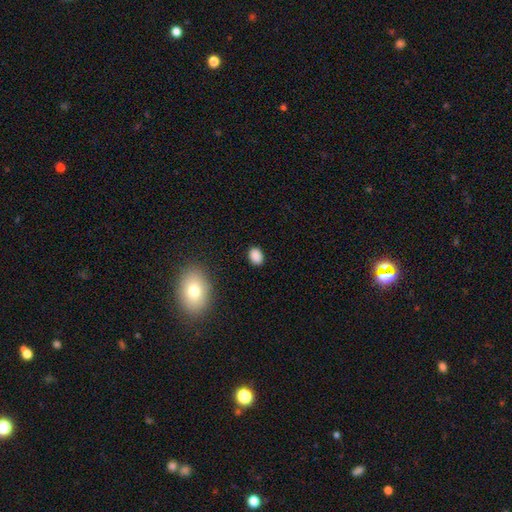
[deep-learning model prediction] Smooth or featured: smooth — 86% (star or artifact — 10%)
How rounded: in between — 72% (round — 27%)
Merging: none — 87% (minor disturbance — 10%)